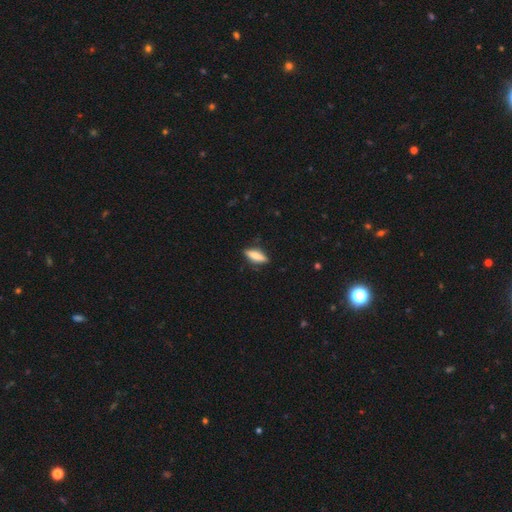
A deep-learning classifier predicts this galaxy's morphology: Q: Smooth or featured?
A: smooth (72%); runner-up: featured or disk (22%)
Q: How rounded?
A: cigar-shaped (50%); runner-up: in between (48%)
Q: Merging?
A: none (83%); runner-up: minor disturbance (13%)